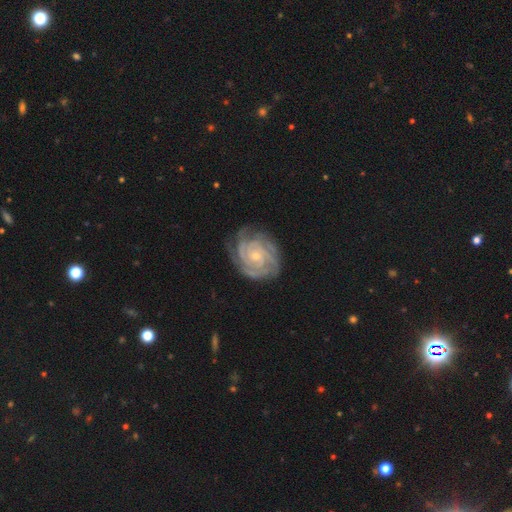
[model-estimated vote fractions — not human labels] Smooth or featured? featured or disk (91%)
Edge-on disk? no (98%)
Bar? no (72%)
Spiral arms? yes (98%)
Spiral winding? tight (80%)
Spiral arm count? 3 (30%)
Bulge size? small (66%)
Merging? none (75%)